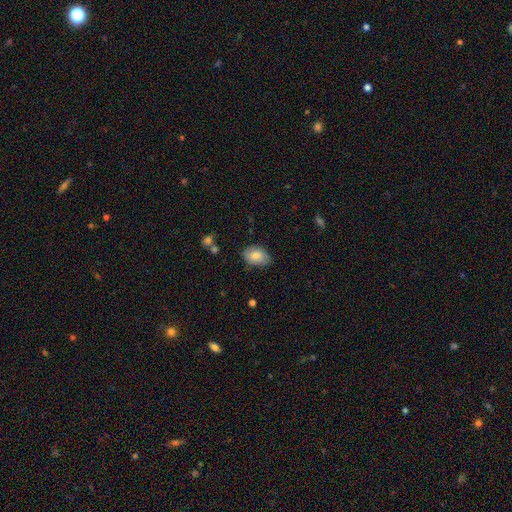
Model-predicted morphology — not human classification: A smooth galaxy with no disk features (78%) that is in between round and cigar-shaped (83%).

Vote fractions:
- Smooth or featured? smooth: 78% / featured or disk: 15% / star or artifact: 7%
- How rounded? in between: 83% / round: 16% / cigar-shaped: 1%
- Merging? none: 70% / minor disturbance: 24% / major disturbance: 4% / merger: 2%